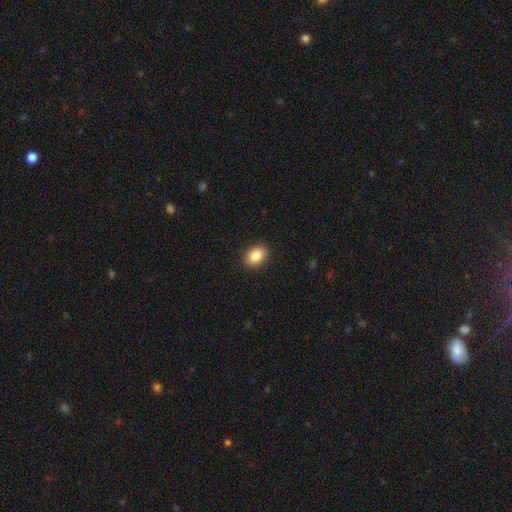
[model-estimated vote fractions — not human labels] Smooth or featured?
  - smooth: 88% *
  - star or artifact: 8%
  - featured or disk: 5%
How rounded?
  - in between: 77% *
  - round: 22%
  - cigar-shaped: 1%
Merging?
  - none: 90% *
  - minor disturbance: 7%
  - major disturbance: 2%
  - merger: 1%